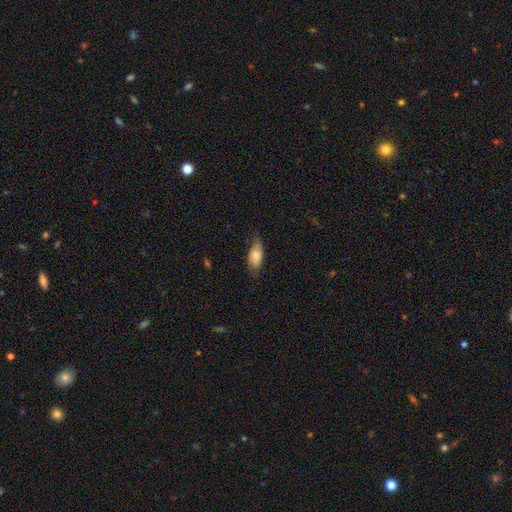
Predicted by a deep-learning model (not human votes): smooth-or-featured: smooth: 74% | featured or disk: 20% | star or artifact: 7%
  how-rounded: in between: 87% | cigar-shaped: 10% | round: 3%
  merging: none: 65% | minor disturbance: 28% | major disturbance: 6% | merger: 1%